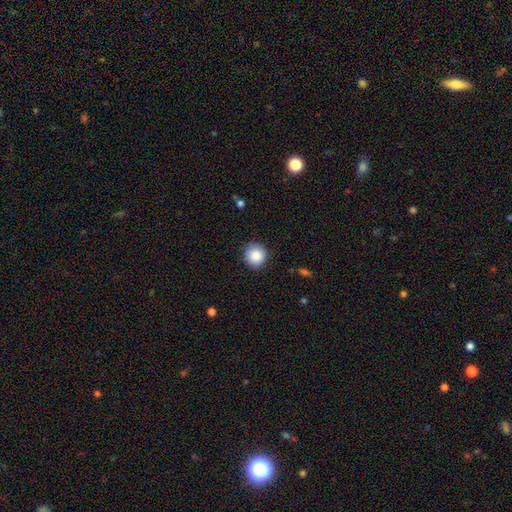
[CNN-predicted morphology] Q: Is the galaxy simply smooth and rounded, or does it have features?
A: smooth — 87%.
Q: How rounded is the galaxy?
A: round — 92%.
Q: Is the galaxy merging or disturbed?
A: none — 88%.